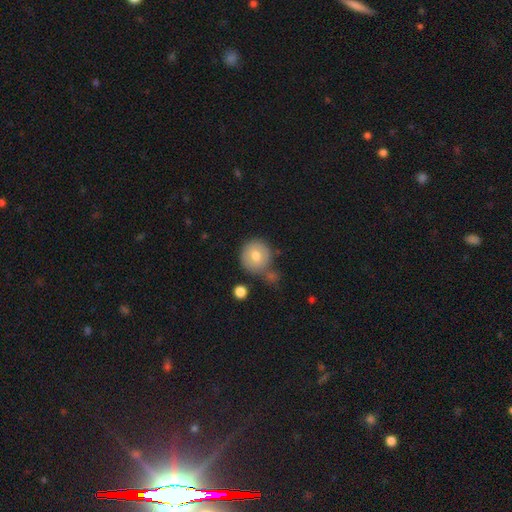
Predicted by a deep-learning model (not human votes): Smooth or featured? smooth (73%)
How rounded? round (91%)
Merging? none (68%)